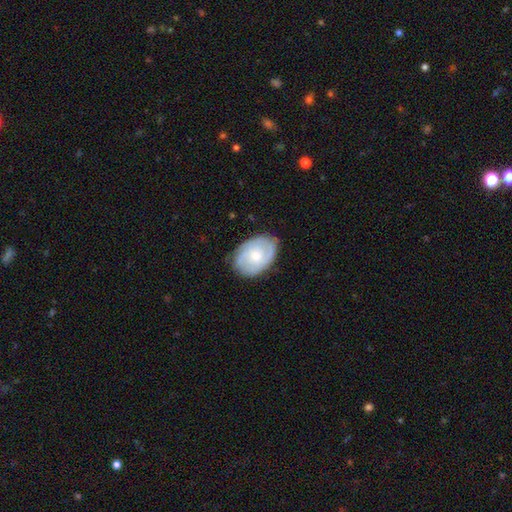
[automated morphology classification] Smooth or featured?
  - featured or disk: 61% *
  - smooth: 34%
  - star or artifact: 6%
Edge-on disk?
  - no: 96% *
  - yes: 4%
Bar?
  - no: 73% *
  - weak: 23%
  - strong: 3%
Spiral arms?
  - yes: 83% *
  - no: 17%
Bulge size?
  - small: 51% *
  - moderate: 45%
  - large: 2%
  - none: 1%
  - dominant: 1%
Merging?
  - none: 78% *
  - minor disturbance: 17%
  - major disturbance: 4%
  - merger: 1%